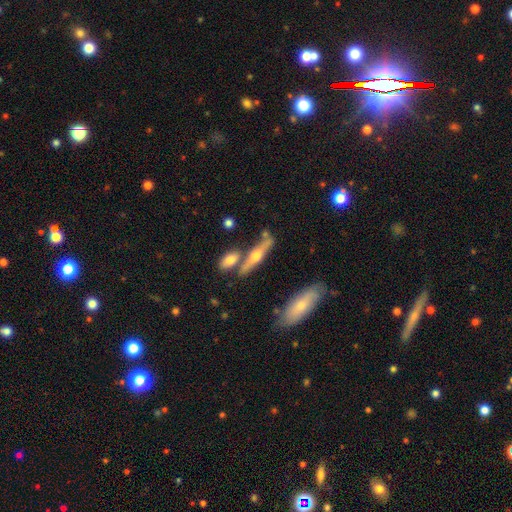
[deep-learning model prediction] smooth_or_featured: star or artifact (p=0.40) [alt: smooth p=0.33]